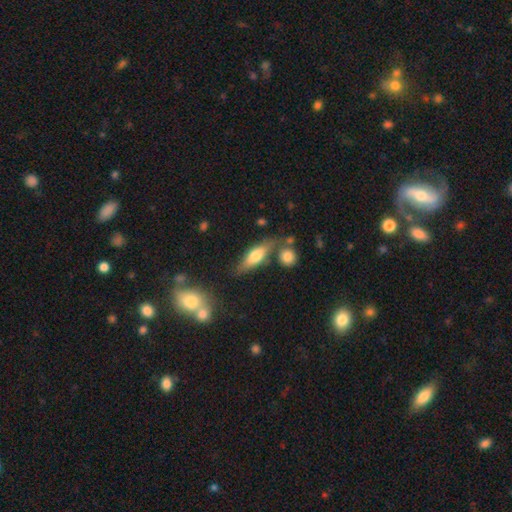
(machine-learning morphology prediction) Smooth or featured? Predicted: smooth (p=0.59). How rounded? Predicted: in between (p=0.51). Merging? Predicted: none (p=0.66).